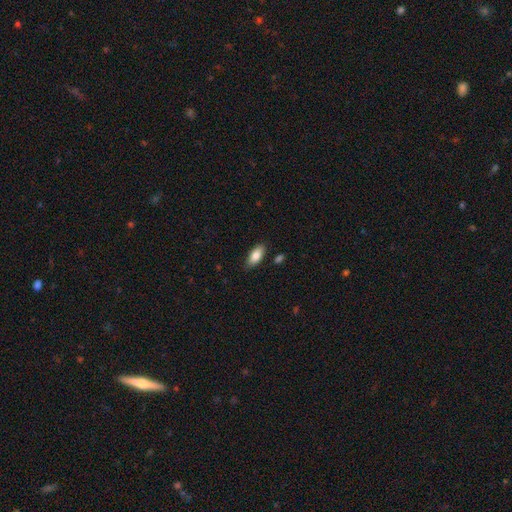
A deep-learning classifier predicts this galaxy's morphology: This appears to be a smooth galaxy with no disk features (84%) that is in between round and cigar-shaped (89%). Merging: none (85%).